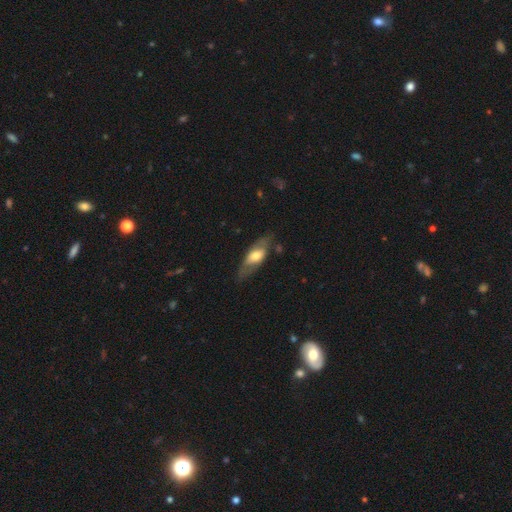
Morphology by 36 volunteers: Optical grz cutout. It shows a featured or disk galaxy (53%) with a weak bar (36%, tied with no), no spiral arms (82%) and a moderate central bulge (73%). Merging: none (80%).